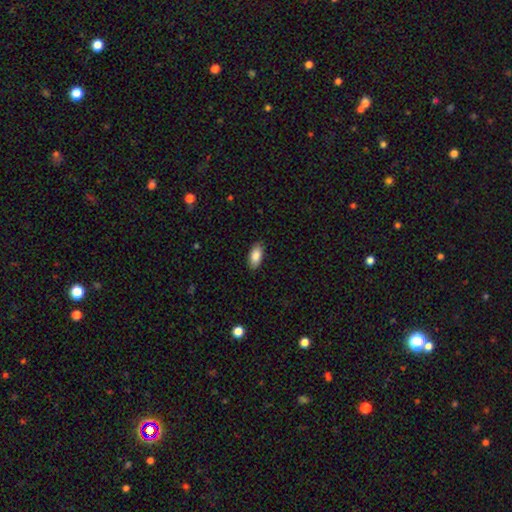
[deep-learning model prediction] A smooth galaxy with no disk features (86%) that is in between round and cigar-shaped (91%).

Vote fractions:
- Smooth or featured? smooth: 86% / featured or disk: 7% / star or artifact: 7%
- How rounded? in between: 91% / cigar-shaped: 6% / round: 3%
- Merging? none: 86% / minor disturbance: 11% / major disturbance: 2% / merger: 1%